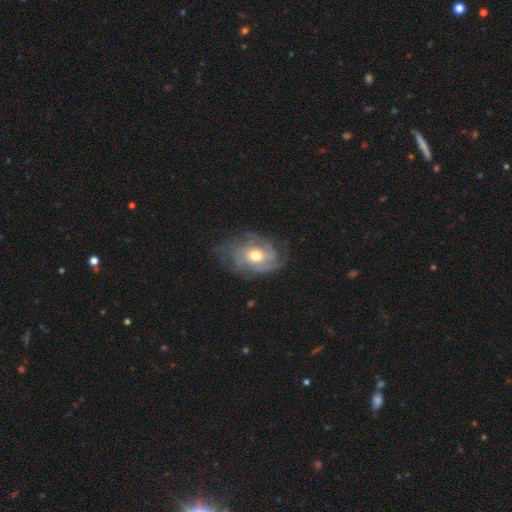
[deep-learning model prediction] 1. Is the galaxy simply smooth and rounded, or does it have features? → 71% featured or disk, 22% smooth, 7% star or artifact.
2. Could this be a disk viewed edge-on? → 95% no, 5% yes.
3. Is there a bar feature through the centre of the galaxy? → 79% no, 17% weak, 4% strong.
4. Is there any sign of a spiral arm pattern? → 80% yes, 20% no.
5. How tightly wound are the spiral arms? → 50% tight, 34% medium, 16% loose.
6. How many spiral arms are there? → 46% can't tell, 17% 2, 17% 3, 9% 4, 6% more than 4, 6% 1.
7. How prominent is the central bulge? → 73% moderate, 13% small, 13% large, 1% dominant, 1% none.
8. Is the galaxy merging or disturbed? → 60% none, 24% minor disturbance, 16% major disturbance, 1% merger.